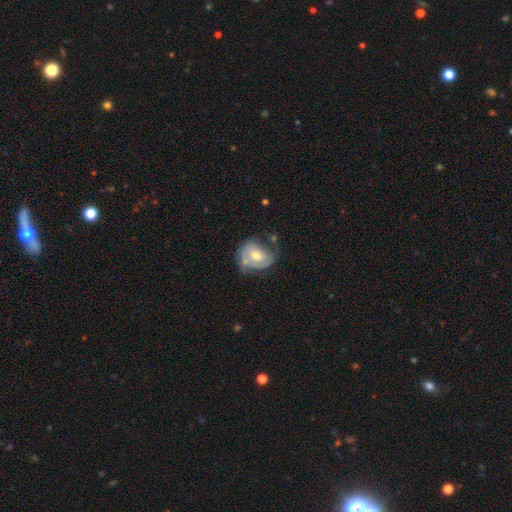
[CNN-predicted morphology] Overall: featured or disk (51%; smooth 43%). Edge-on disk: no (96%). Merging: none (39%; minor disturbance 30%).